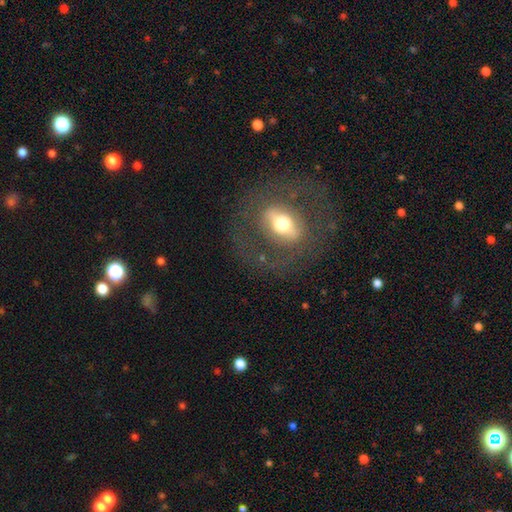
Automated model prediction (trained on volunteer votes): The model was most divided on "bar": weak: 35%, strong: 34%, no: 32%. More confident: edge-on disk — no (89%); merging — none (81%); spiral arms — no (64%); smooth or featured — featured or disk (59%); bulge size — moderate (59%).